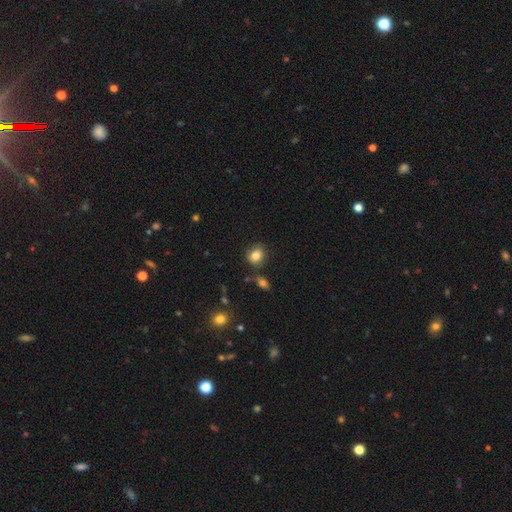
Smooth or featured?
  - smooth: 87% *
  - star or artifact: 8%
  - featured or disk: 5%
How rounded?
  - round: 82% *
  - in between: 18%
  - cigar-shaped: 0%
Merging?
  - none: 89% *
  - minor disturbance: 11%
  - major disturbance: 0%
  - merger: 0%